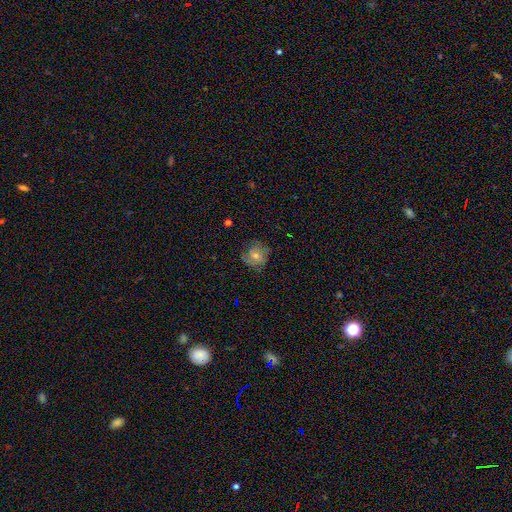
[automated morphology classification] Smooth or featured: featured or disk — 49% (smooth — 36%)
Merging: none — 75% (minor disturbance — 17%)